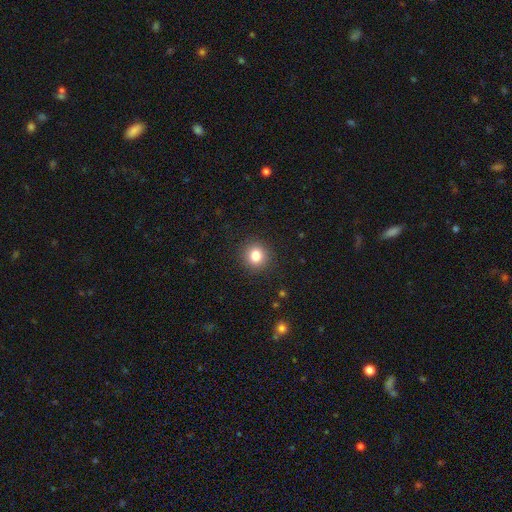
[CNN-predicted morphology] This appears to be a smooth galaxy with no disk features (82%) that is round (92%). Merging: none (92%).